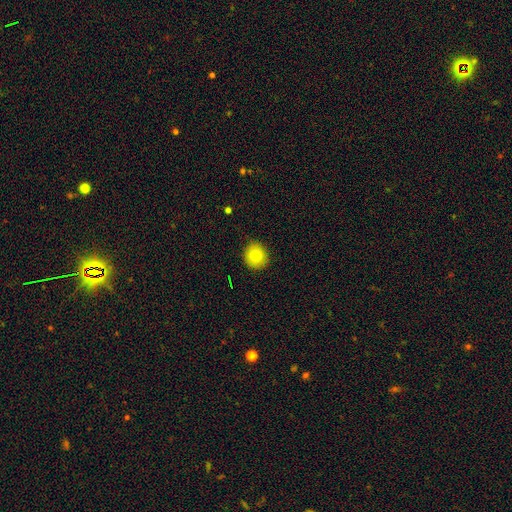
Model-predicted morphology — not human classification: smooth_or_featured: smooth (p=0.85) [alt: star or artifact p=0.09]
how_rounded: round (p=0.83) [alt: in between p=0.16]
merging: none (p=0.87) [alt: minor disturbance p=0.09]